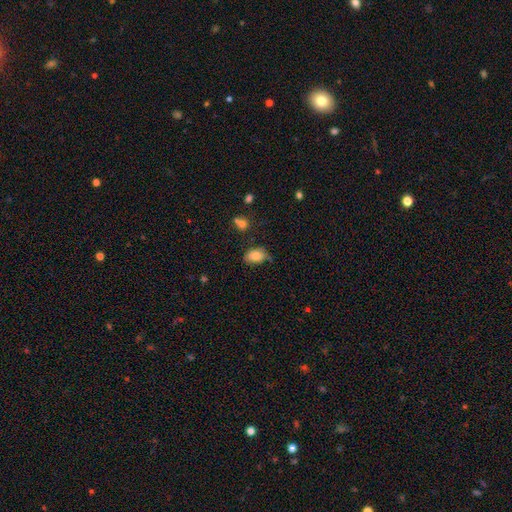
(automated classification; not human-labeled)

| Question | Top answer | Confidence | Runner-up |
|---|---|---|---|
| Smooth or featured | smooth | 82% | featured or disk (9%) |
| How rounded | in between | 86% | round (13%) |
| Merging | none | 55% | minor disturbance (32%) |